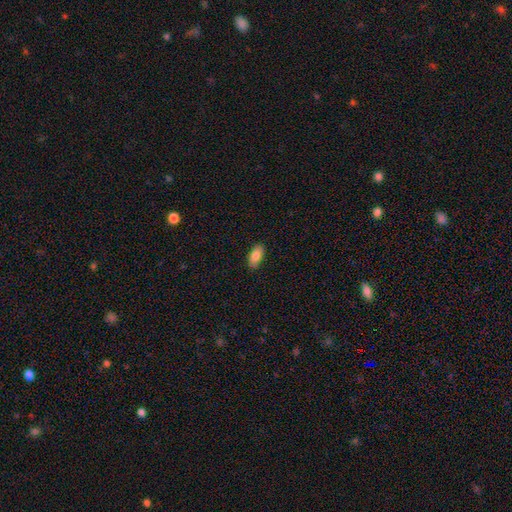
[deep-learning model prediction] Morphology: type=smooth (84%); roundness=in between (90%); merging=none (85%).